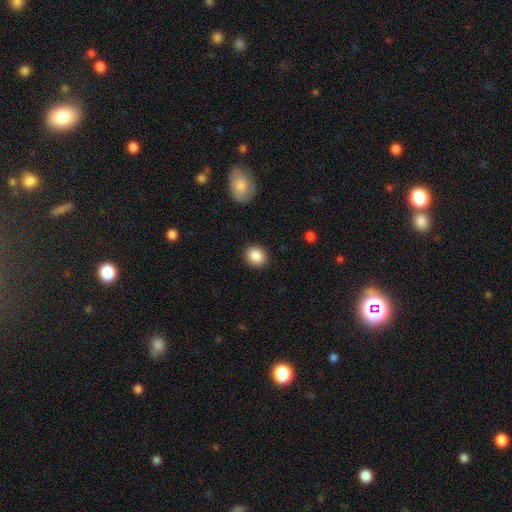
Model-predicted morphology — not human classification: smooth_or_featured: smooth (p=0.88) [alt: star or artifact p=0.08]
how_rounded: round (p=0.64) [alt: in between p=0.35]
merging: none (p=0.89) [alt: minor disturbance p=0.07]